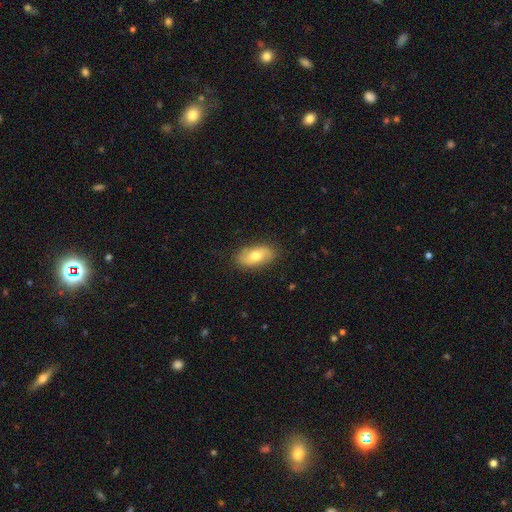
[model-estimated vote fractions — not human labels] Morphology: type=smooth (65%); roundness=in between (89%); merging=none (84%).